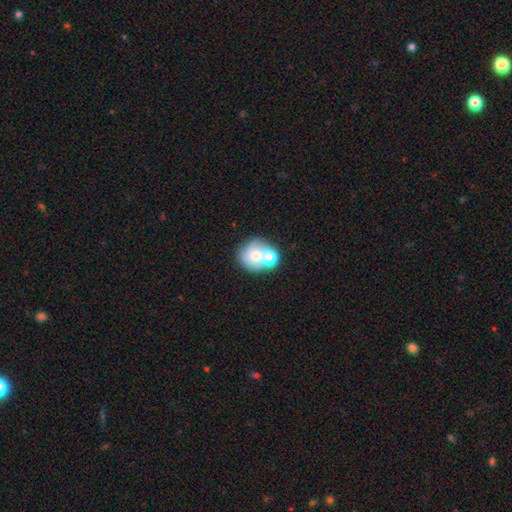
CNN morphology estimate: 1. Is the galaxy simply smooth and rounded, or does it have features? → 65% smooth, 25% featured or disk, 10% star or artifact.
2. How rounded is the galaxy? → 77% round, 22% in between, 1% cigar-shaped.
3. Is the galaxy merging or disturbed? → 48% merger, 36% none, 10% minor disturbance, 5% major disturbance.